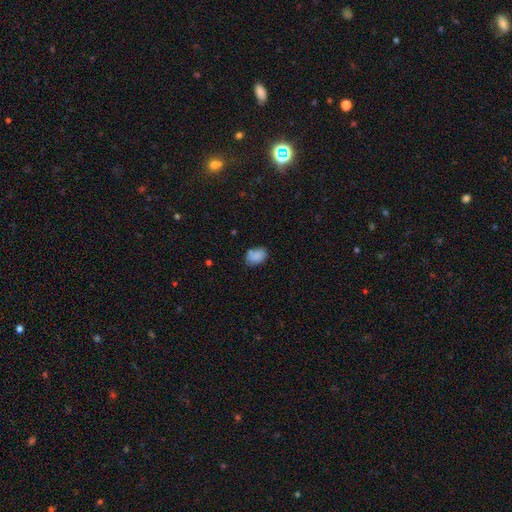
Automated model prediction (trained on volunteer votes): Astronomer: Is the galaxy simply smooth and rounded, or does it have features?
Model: smooth — 82%.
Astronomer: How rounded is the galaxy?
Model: in between — 82%.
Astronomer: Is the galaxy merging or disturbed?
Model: none — 62%.